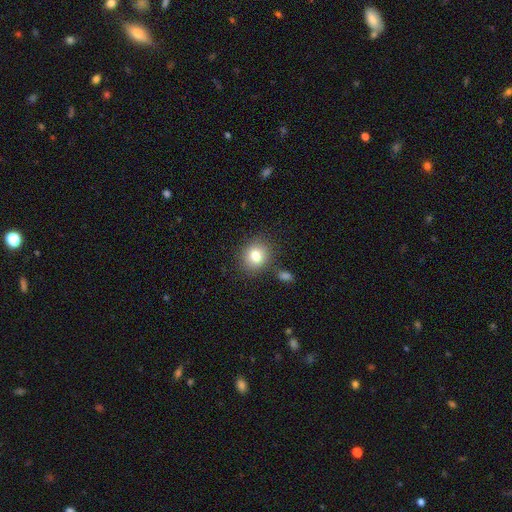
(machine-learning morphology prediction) smooth_or_featured: smooth (p=0.79) [alt: star or artifact p=0.11]
how_rounded: round (p=0.78) [alt: in between p=0.21]
merging: none (p=0.82) [alt: minor disturbance p=0.10]